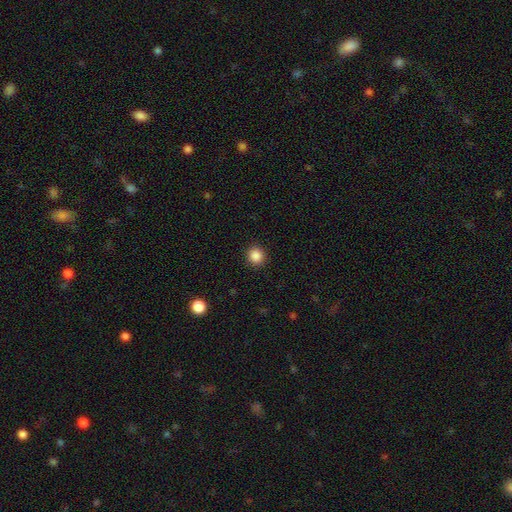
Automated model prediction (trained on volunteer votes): Smooth or featured? smooth (87%)
How rounded? round (93%)
Merging? none (92%)